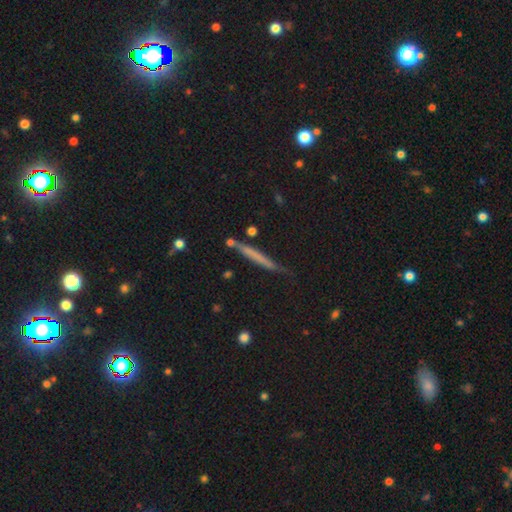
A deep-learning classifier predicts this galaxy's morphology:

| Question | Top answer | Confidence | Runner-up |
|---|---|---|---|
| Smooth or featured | smooth | 51% | featured or disk (41%) |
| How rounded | cigar-shaped | 95% | in between (3%) |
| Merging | none | 75% | minor disturbance (17%) |